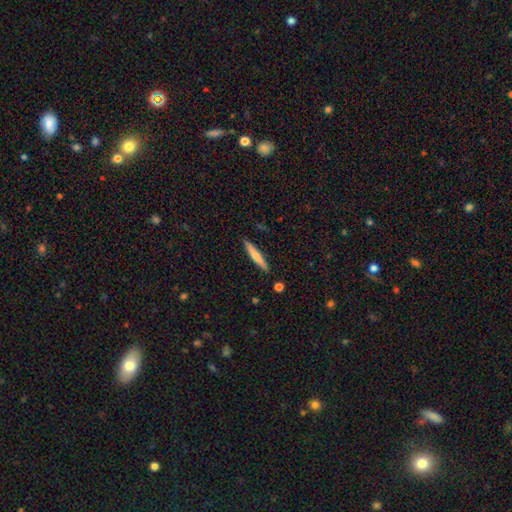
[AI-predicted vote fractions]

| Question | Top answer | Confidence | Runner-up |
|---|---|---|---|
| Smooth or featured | smooth | 61% | featured or disk (34%) |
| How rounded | cigar-shaped | 93% | in between (5%) |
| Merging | none | 90% | minor disturbance (7%) |